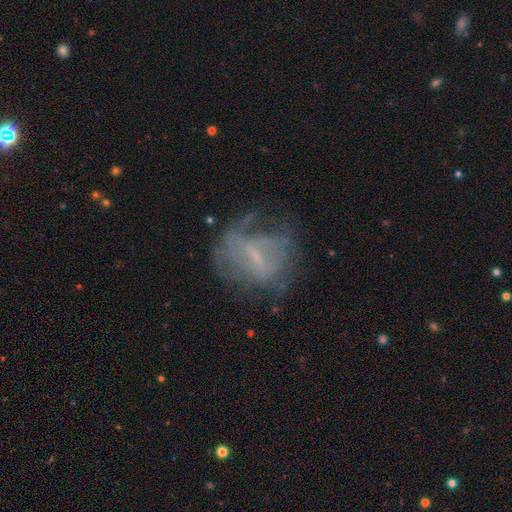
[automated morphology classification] This is likely a featured or disk galaxy (62%). It is clearly not viewed edge-on (95%). Bar: possibly weak (45%). Spiral arm pattern: possibly no (54%). Central bulge: possibly small (47%). Merging: possibly none (48%).